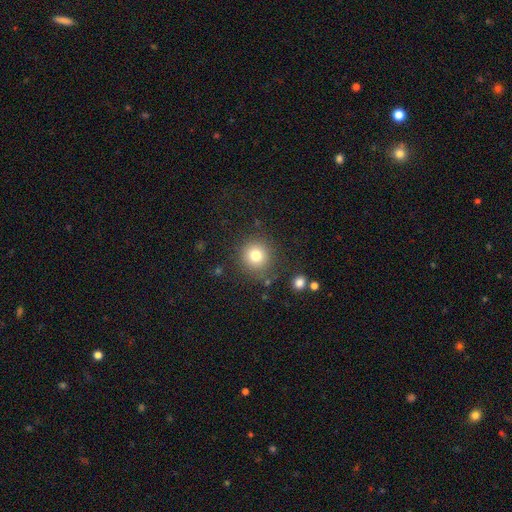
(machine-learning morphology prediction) smooth-or-featured: smooth: 79% | star or artifact: 13% | featured or disk: 8%
  how-rounded: round: 92% | in between: 8% | cigar-shaped: 1%
  merging: none: 84% | minor disturbance: 9% | major disturbance: 4% | merger: 3%